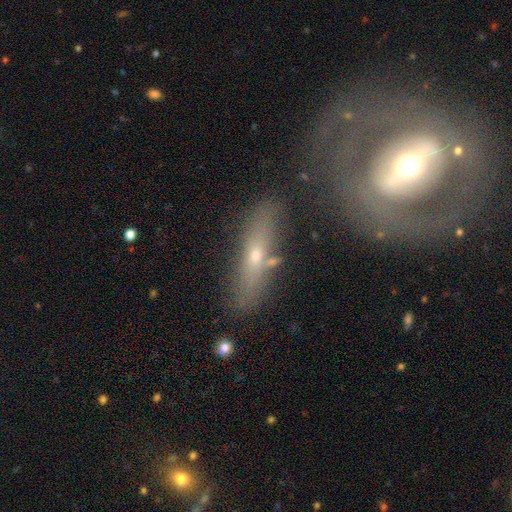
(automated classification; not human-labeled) Q: Smooth or featured?
A: featured or disk (54%); runner-up: smooth (36%)
Q: Edge-on disk?
A: yes (54%); runner-up: no (46%)
Q: Merging?
A: none (67%); runner-up: minor disturbance (15%)